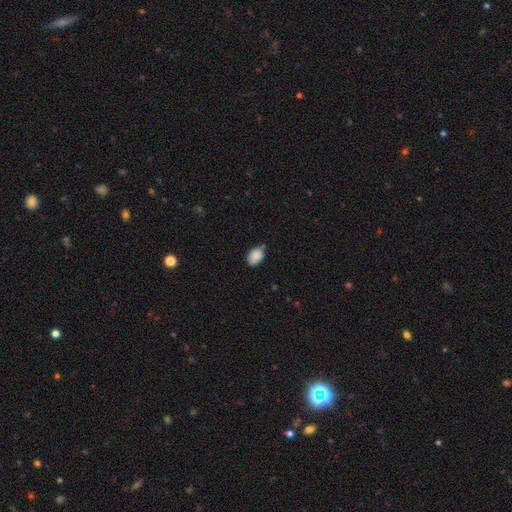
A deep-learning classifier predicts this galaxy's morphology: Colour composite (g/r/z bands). It shows a smooth galaxy with no disk features (89%) that is in between round and cigar-shaped (78%). Merging: none (72%).